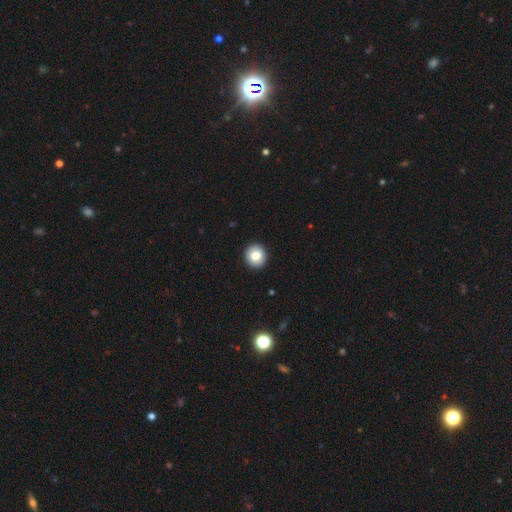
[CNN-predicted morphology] Smooth or featured? Predicted: smooth (p=0.81). How rounded? Predicted: round (p=0.89). Merging? Predicted: none (p=0.93).